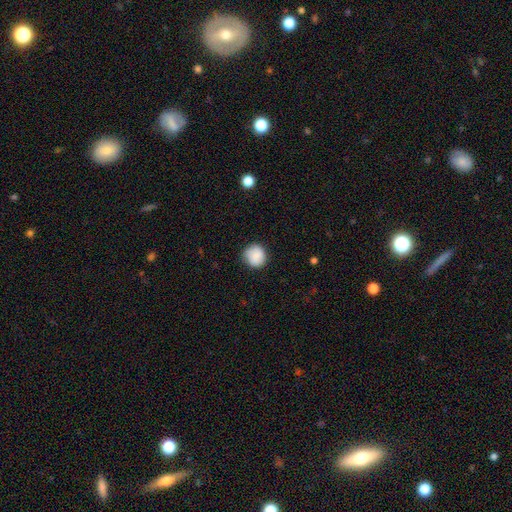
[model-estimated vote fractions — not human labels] smooth 83%, featured or disk 10%, star or artifact 8%. Down the decision tree: how rounded — round (90%); merging — none (82%).